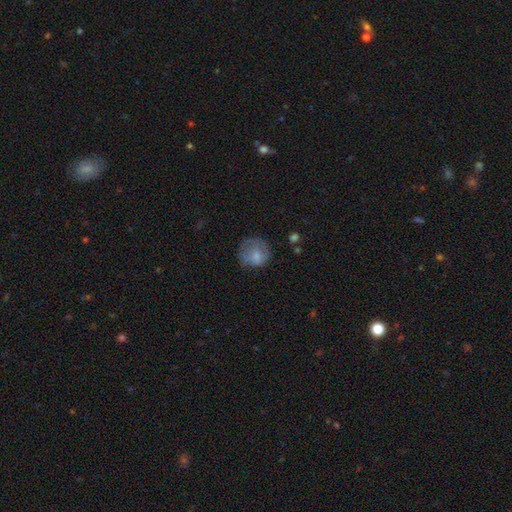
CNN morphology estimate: A smooth galaxy with no disk features (69%) that is round (82%). Merging: none (55%).